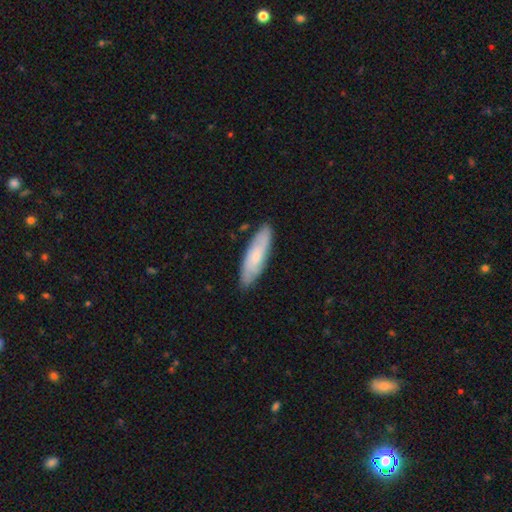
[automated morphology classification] This is likely a smooth galaxy (61%). How rounded: possibly cigar-shaped (58%). Merging: clearly none (86%).